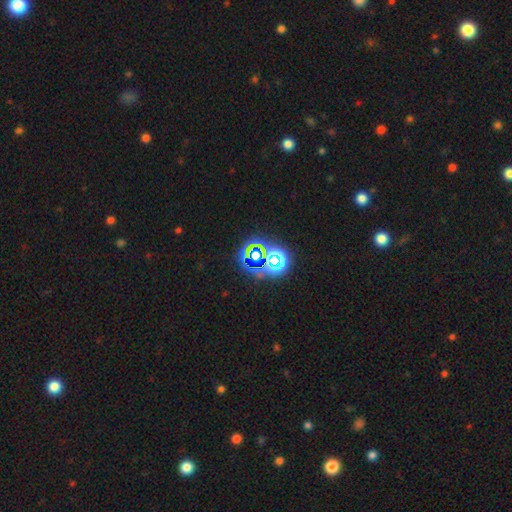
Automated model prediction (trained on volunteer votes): A star or artifact, not a galaxy (71%).

Vote fractions:
- Smooth or featured? star or artifact: 71% / smooth: 17% / featured or disk: 12%